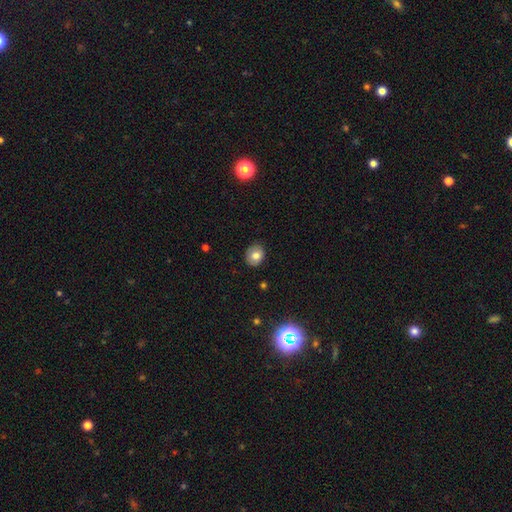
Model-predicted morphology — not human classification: A smooth galaxy with no disk features (78%) that is round (56%).

Vote fractions:
- Smooth or featured? smooth: 78% / featured or disk: 12% / star or artifact: 11%
- How rounded? round: 56% / in between: 43% / cigar-shaped: 1%
- Merging? none: 84% / minor disturbance: 12% / major disturbance: 2% / merger: 1%